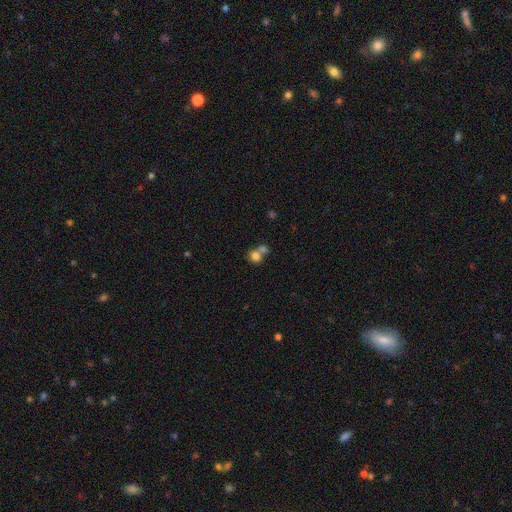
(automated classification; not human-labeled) A smooth galaxy with no disk features (78%) that is round (71%).

Vote fractions:
- Smooth or featured? smooth: 78% / featured or disk: 12% / star or artifact: 11%
- How rounded? round: 71% / in between: 28% / cigar-shaped: 1%
- Merging? merger: 51% / none: 37% / minor disturbance: 8% / major disturbance: 4%